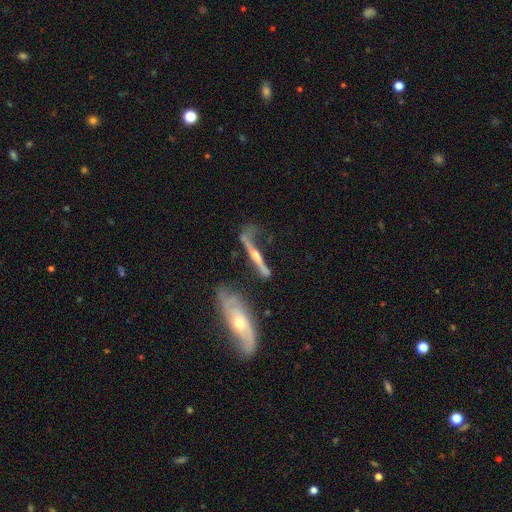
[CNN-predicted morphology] Smooth or featured?
  - featured or disk: 79% *
  - smooth: 14%
  - star or artifact: 7%
Edge-on disk?
  - yes: 80% *
  - no: 20%
Edge-on bulge?
  - rounded: 88% *
  - none: 8%
  - boxy: 5%
Merging?
  - none: 44% *
  - minor disturbance: 23%
  - major disturbance: 21%
  - merger: 12%